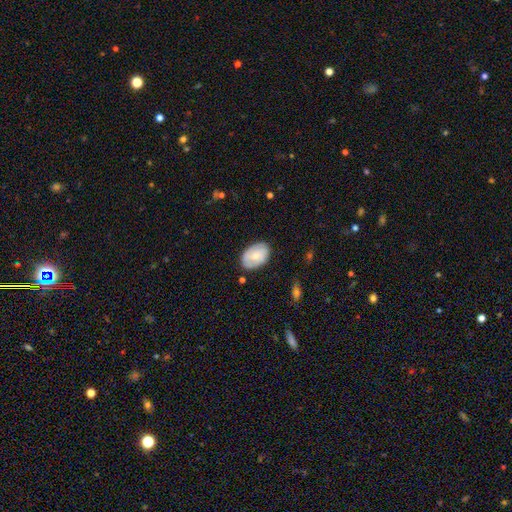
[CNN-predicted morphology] Smooth or featured?
  - smooth: 56% *
  - featured or disk: 38%
  - star or artifact: 6%
How rounded?
  - in between: 87% *
  - round: 12%
  - cigar-shaped: 1%
Merging?
  - none: 77% *
  - minor disturbance: 18%
  - major disturbance: 4%
  - merger: 2%